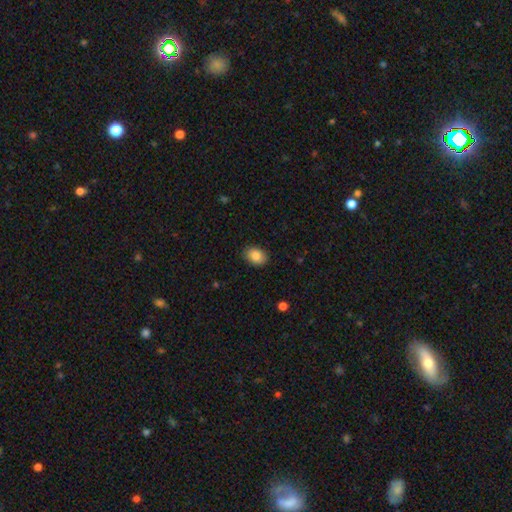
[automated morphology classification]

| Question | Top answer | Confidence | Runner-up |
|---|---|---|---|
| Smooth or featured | smooth | 86% | star or artifact (8%) |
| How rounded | in between | 72% | round (27%) |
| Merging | none | 86% | minor disturbance (11%) |